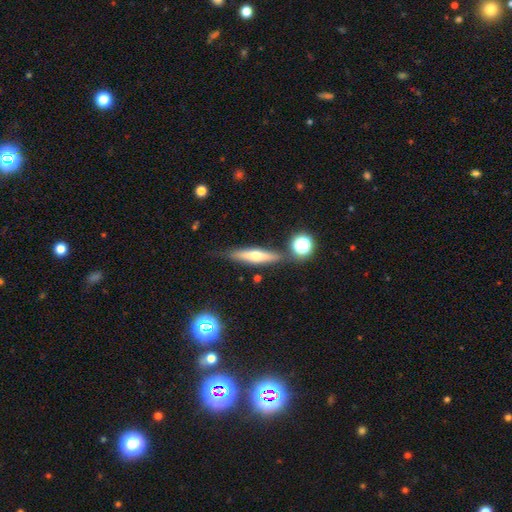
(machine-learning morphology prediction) type=featured or disk (49%); merging=none (79%).